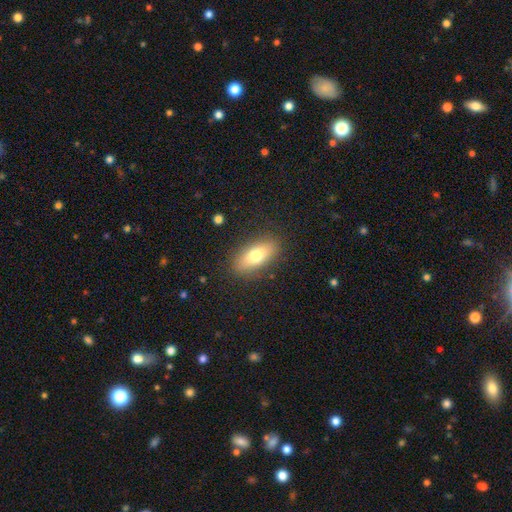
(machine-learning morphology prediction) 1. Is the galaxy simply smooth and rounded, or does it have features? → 72% smooth, 20% featured or disk, 7% star or artifact.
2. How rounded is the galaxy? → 81% in between, 14% cigar-shaped, 4% round.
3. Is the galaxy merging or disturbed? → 86% none, 10% minor disturbance, 3% major disturbance, 1% merger.